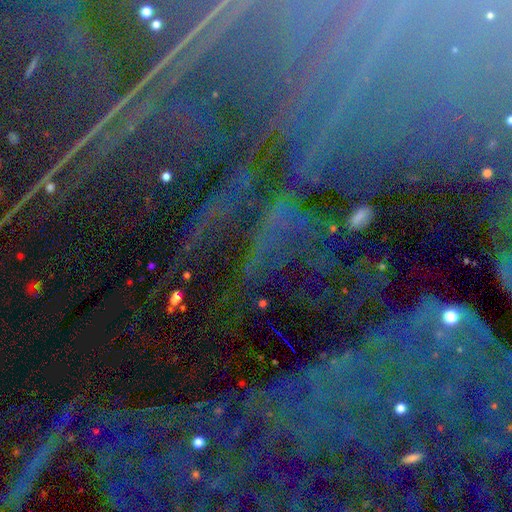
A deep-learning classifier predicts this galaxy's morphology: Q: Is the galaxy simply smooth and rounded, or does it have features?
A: star or artifact — 83%.